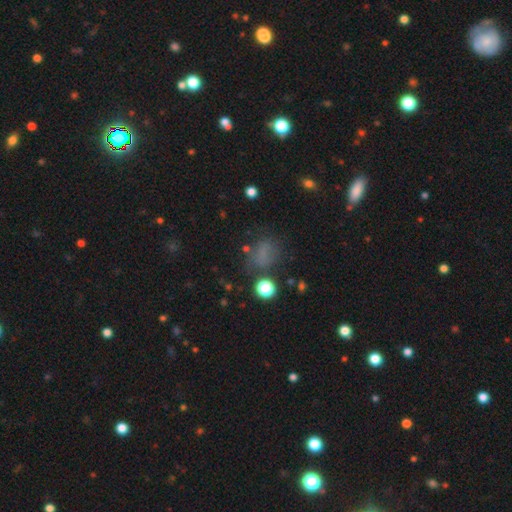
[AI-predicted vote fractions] smooth 55%, star or artifact 31%, featured or disk 13%. Down the decision tree: how rounded — in between (52%); merging — none (61%).